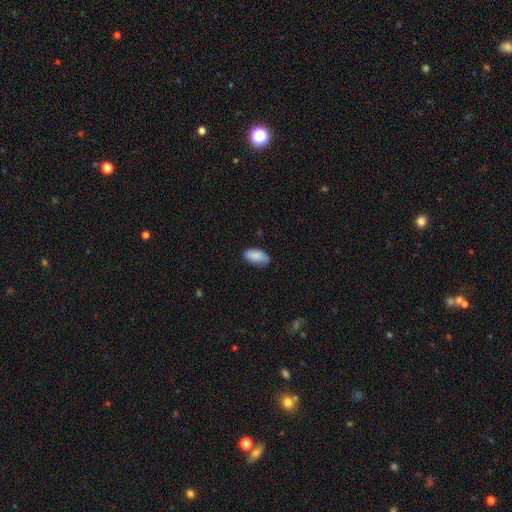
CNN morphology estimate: smooth-or-featured: smooth: 86% | featured or disk: 8% | star or artifact: 6%
  how-rounded: in between: 93% | cigar-shaped: 4% | round: 3%
  merging: none: 75% | minor disturbance: 21% | major disturbance: 3% | merger: 1%